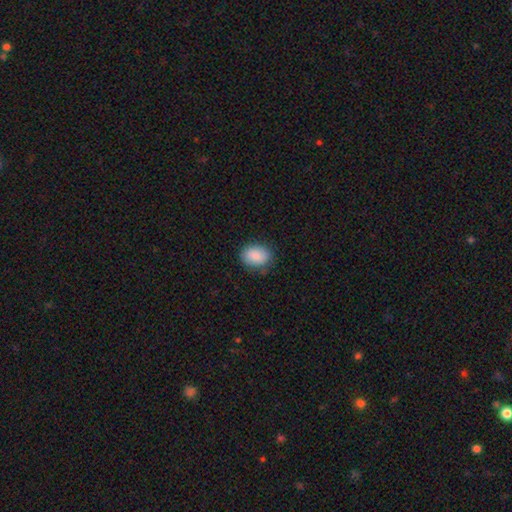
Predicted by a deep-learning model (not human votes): Smooth or featured? Predicted: smooth (p=0.89). How rounded? Predicted: in between (p=0.69). Merging? Predicted: none (p=0.82).